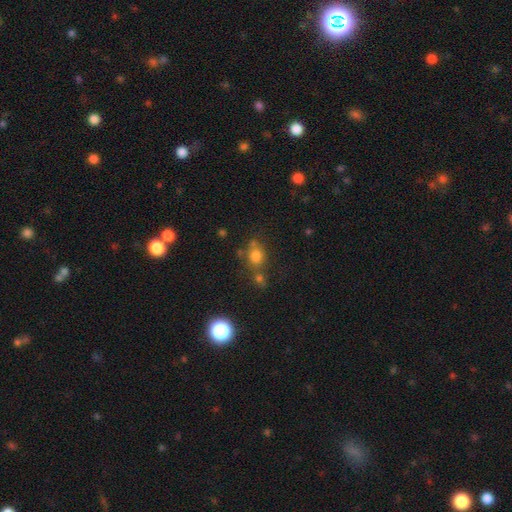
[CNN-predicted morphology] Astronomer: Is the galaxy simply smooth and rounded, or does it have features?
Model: smooth — 74%.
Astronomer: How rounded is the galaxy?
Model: round — 66%.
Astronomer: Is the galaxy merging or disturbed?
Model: none — 55%.